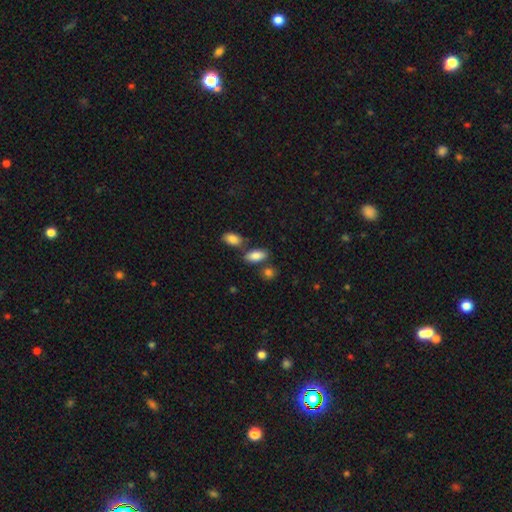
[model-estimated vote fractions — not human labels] smooth-or-featured: smooth: 85% | star or artifact: 8% | featured or disk: 8%
  how-rounded: in between: 88% | cigar-shaped: 8% | round: 4%
  merging: none: 67% | merger: 16% | minor disturbance: 13% | major disturbance: 4%